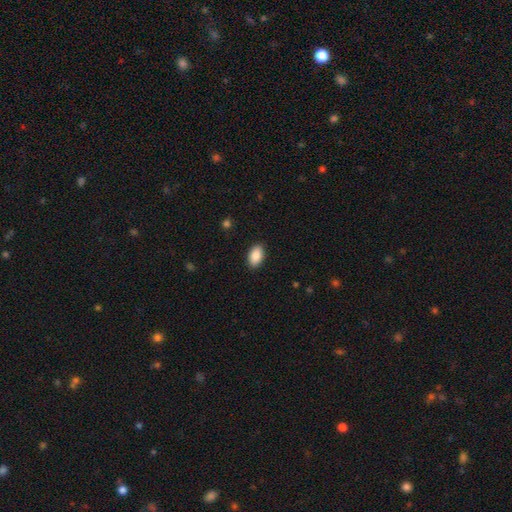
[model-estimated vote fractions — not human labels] Morphology: type=smooth (89%); roundness=in between (94%); merging=none (89%).